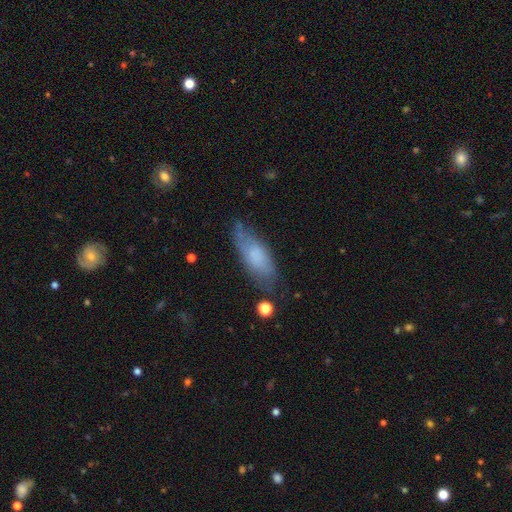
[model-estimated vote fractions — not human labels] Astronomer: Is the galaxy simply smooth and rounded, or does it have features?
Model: smooth — 67%.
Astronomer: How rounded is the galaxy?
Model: in between — 72%.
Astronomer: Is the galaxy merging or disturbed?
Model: none — 61%.